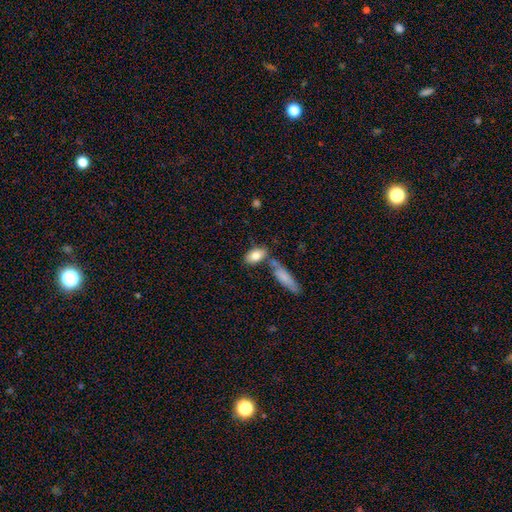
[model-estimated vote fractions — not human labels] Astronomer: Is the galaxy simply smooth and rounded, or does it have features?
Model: smooth — 80%.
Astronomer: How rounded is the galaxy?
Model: in between — 86%.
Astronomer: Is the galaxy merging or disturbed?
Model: none — 59%.